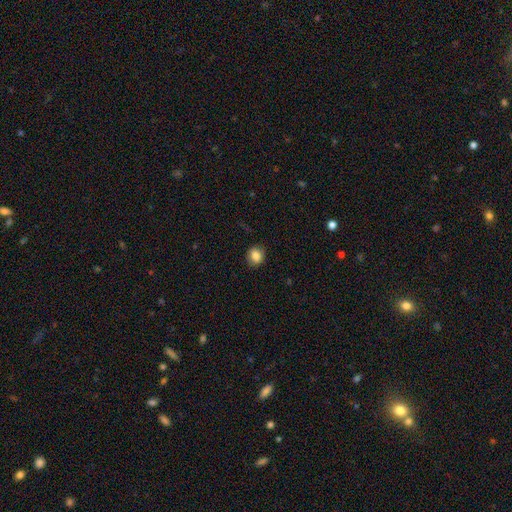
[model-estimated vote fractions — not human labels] Morphology: type=smooth (83%); roundness=round (67%); merging=none (83%).